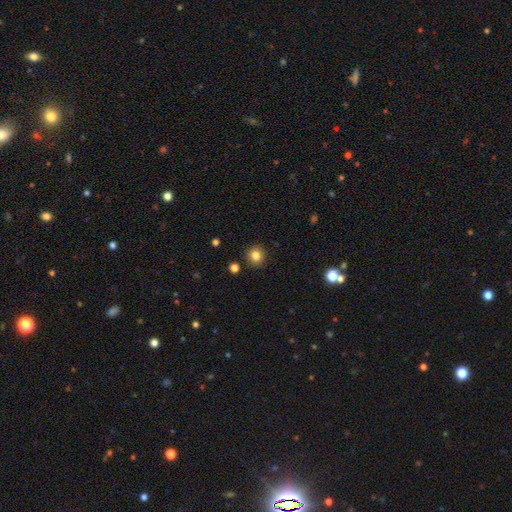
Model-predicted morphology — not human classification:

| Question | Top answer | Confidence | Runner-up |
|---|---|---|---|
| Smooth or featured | smooth | 83% | star or artifact (11%) |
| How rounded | round | 91% | in between (8%) |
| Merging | none | 90% | minor disturbance (6%) |